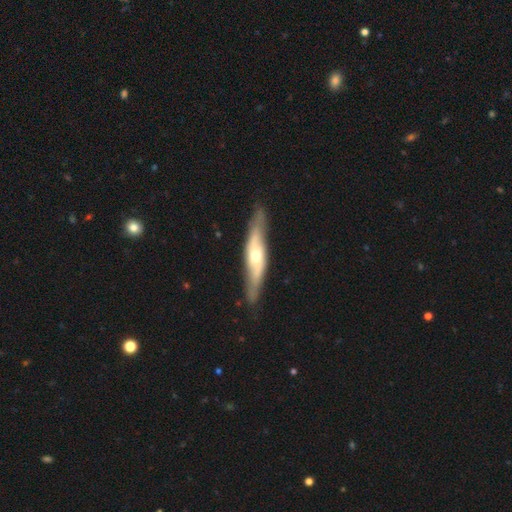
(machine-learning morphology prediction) The model was most divided on "edge-on disk": yes: 65%, no: 35%. More confident: merging — none (82%); smooth or featured — featured or disk (66%).